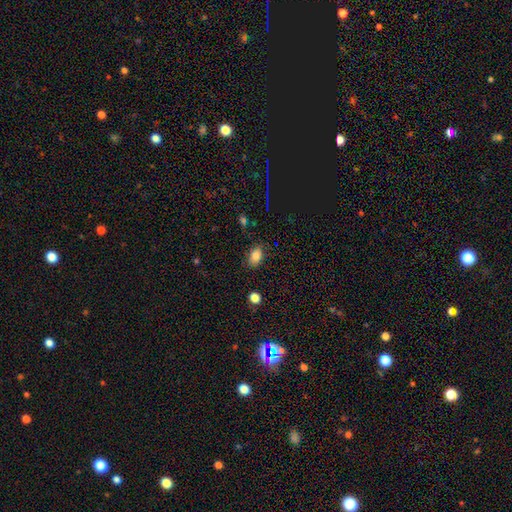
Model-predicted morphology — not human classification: This is clearly a smooth galaxy (83%). How rounded: clearly in between (83%). Merging: clearly none (81%).